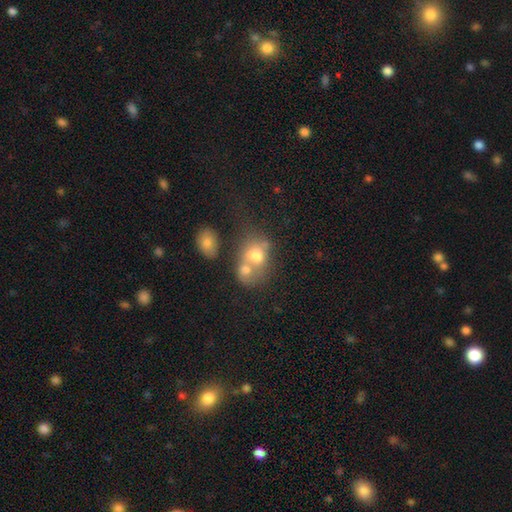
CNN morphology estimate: This is likely a smooth galaxy (66%). How rounded: possibly round (53%). Merging: possibly merger (58%).